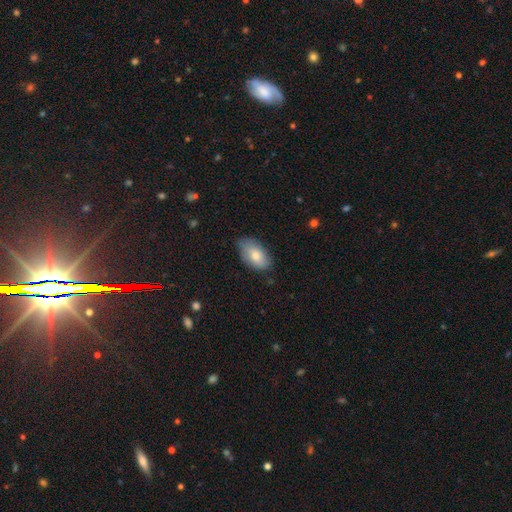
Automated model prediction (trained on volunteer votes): smooth-or-featured: smooth: 78% | featured or disk: 16% | star or artifact: 6%
  how-rounded: in between: 93% | round: 5% | cigar-shaped: 2%
  merging: none: 71% | minor disturbance: 24% | major disturbance: 4% | merger: 1%